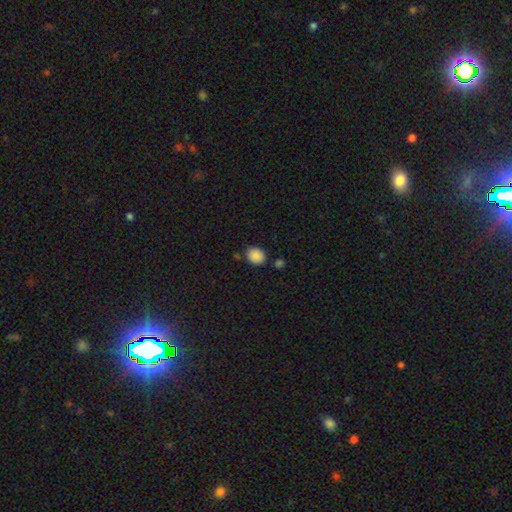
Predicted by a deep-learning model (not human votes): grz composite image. It shows a smooth galaxy with no disk features (88%) that is round (56%). Merging: none (79%).